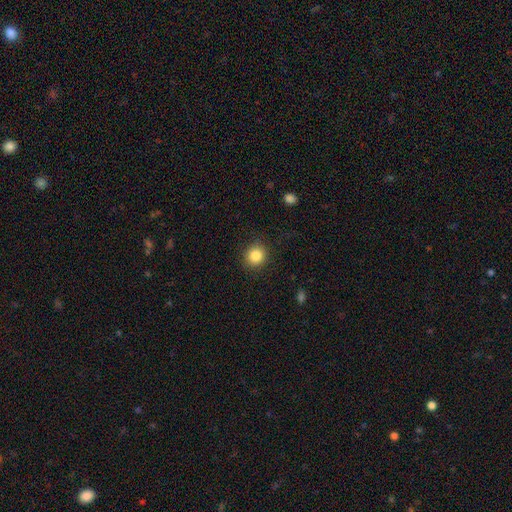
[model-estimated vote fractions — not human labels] Smooth or featured? Predicted: smooth (p=0.85). How rounded? Predicted: round (p=0.86). Merging? Predicted: none (p=0.89).